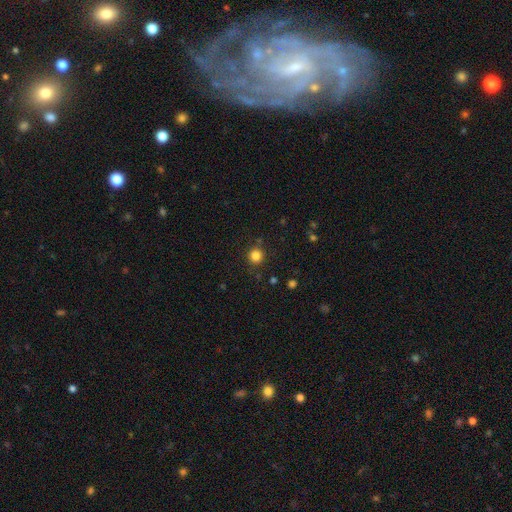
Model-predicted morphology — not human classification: Q: Smooth or featured?
A: smooth (83%); runner-up: star or artifact (13%)
Q: How rounded?
A: round (93%); runner-up: in between (7%)
Q: Merging?
A: none (87%); runner-up: minor disturbance (8%)